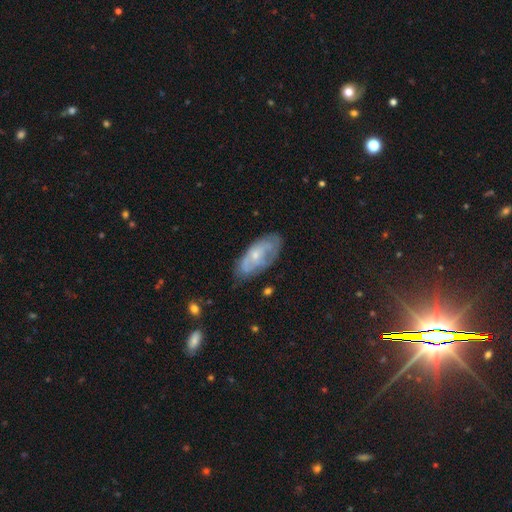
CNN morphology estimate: Smooth or featured?
  - featured or disk: 57% *
  - smooth: 36%
  - star or artifact: 7%
Edge-on disk?
  - no: 90% *
  - yes: 10%
Bar?
  - no: 79% *
  - weak: 17%
  - strong: 3%
Spiral arms?
  - yes: 58% *
  - no: 42%
Bulge size?
  - small: 68% *
  - moderate: 27%
  - none: 3%
  - large: 1%
  - dominant: 1%
Merging?
  - none: 63% *
  - minor disturbance: 26%
  - major disturbance: 9%
  - merger: 2%